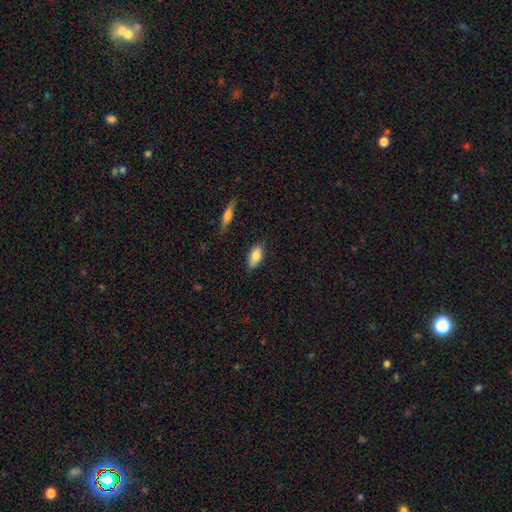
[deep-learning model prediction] Q: Smooth or featured?
A: smooth (79%); runner-up: featured or disk (14%)
Q: How rounded?
A: in between (89%); runner-up: cigar-shaped (7%)
Q: Merging?
A: none (81%); runner-up: minor disturbance (14%)